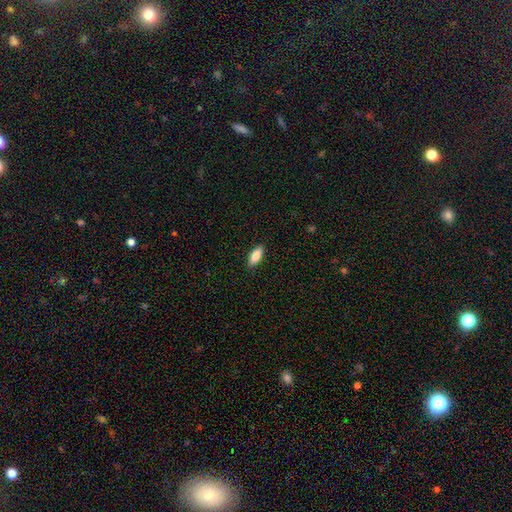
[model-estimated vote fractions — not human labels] Q: Smooth or featured?
A: smooth (85%); runner-up: featured or disk (9%)
Q: How rounded?
A: in between (80%); runner-up: cigar-shaped (18%)
Q: Merging?
A: none (88%); runner-up: minor disturbance (9%)